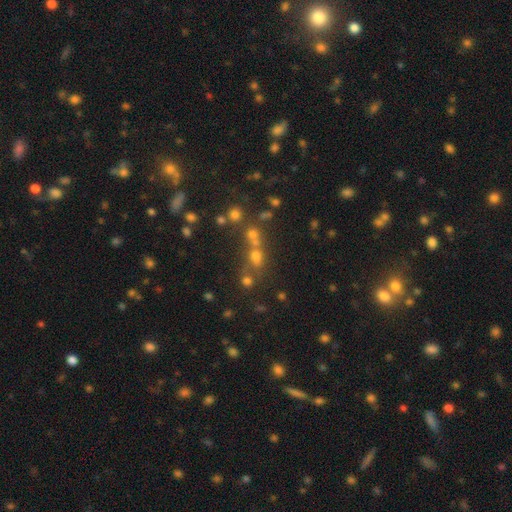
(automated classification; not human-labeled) Smooth or featured: smooth — 46% (star or artifact — 38%)
Merging: none — 49% (merger — 36%)